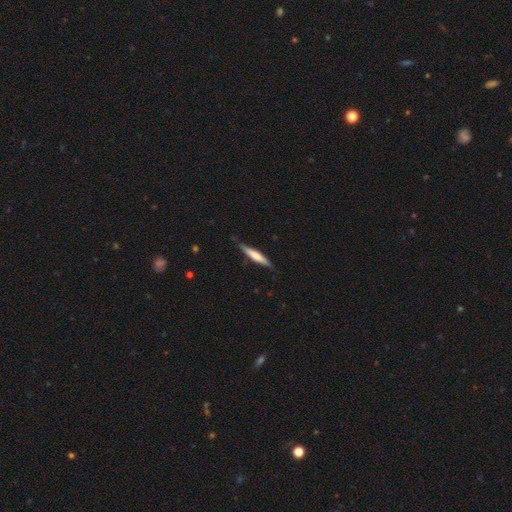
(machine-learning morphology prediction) This is possibly a smooth galaxy (56%). How rounded: clearly cigar-shaped (89%). Merging: clearly none (83%).